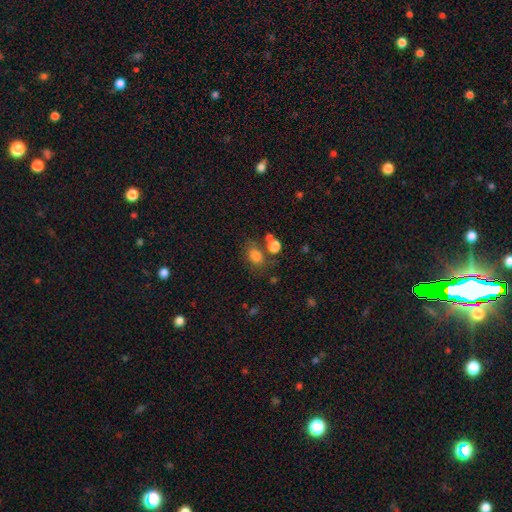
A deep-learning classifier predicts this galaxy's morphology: Smooth or featured? smooth (80%)
How rounded? in between (65%)
Merging? none (58%)